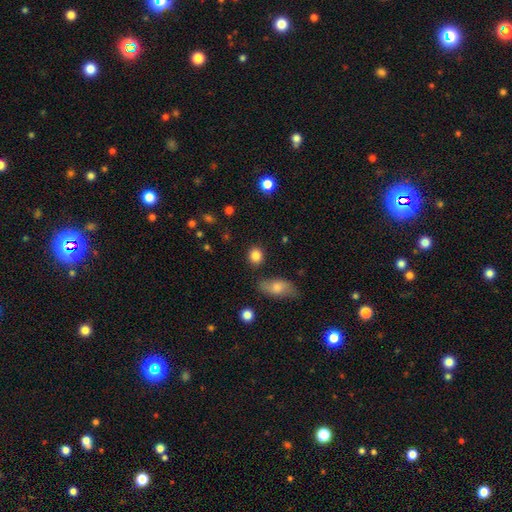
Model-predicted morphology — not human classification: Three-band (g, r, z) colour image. It shows a smooth galaxy with no disk features (85%) that is round (74%). Merging: none (83%).